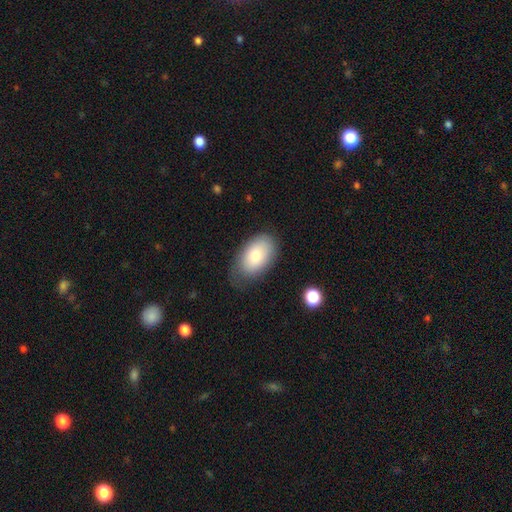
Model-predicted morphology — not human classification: Overall: smooth (75%). How rounded: in between (91%). Merging: none (68%).